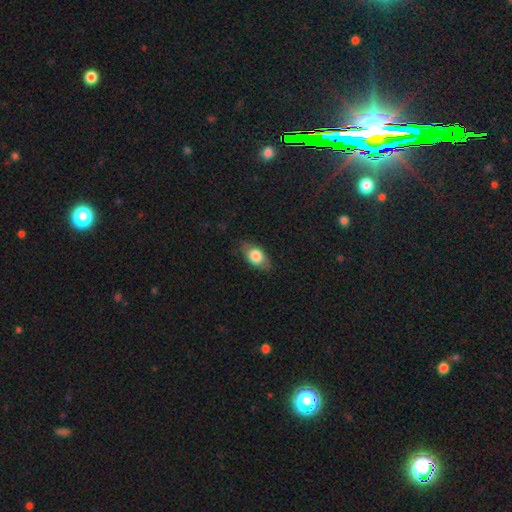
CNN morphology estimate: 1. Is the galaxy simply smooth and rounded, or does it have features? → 75% smooth, 18% featured or disk, 7% star or artifact.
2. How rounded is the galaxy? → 85% in between, 10% round, 4% cigar-shaped.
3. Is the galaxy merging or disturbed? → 78% none, 17% minor disturbance, 4% major disturbance, 1% merger.